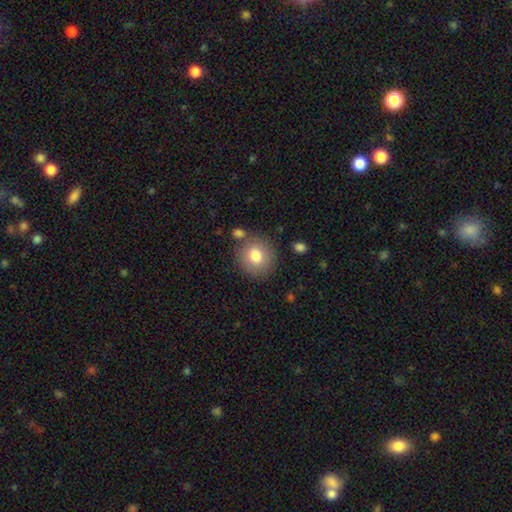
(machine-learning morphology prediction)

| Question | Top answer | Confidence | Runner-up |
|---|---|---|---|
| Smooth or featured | smooth | 80% | featured or disk (11%) |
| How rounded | round | 88% | in between (11%) |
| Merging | none | 78% | minor disturbance (11%) |